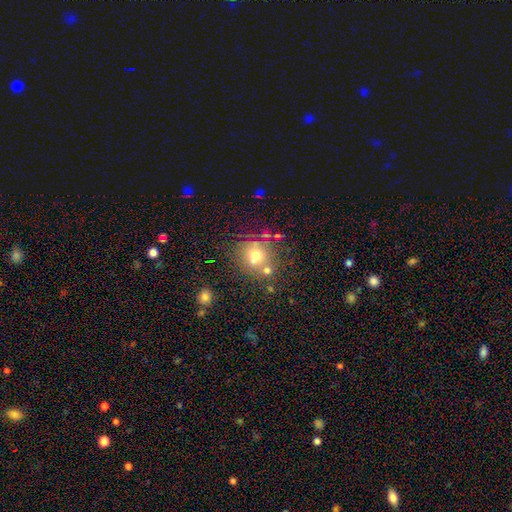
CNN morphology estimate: Q: Smooth or featured?
A: smooth (64%); runner-up: star or artifact (19%)
Q: How rounded?
A: round (82%); runner-up: in between (17%)
Q: Merging?
A: none (60%); runner-up: merger (20%)